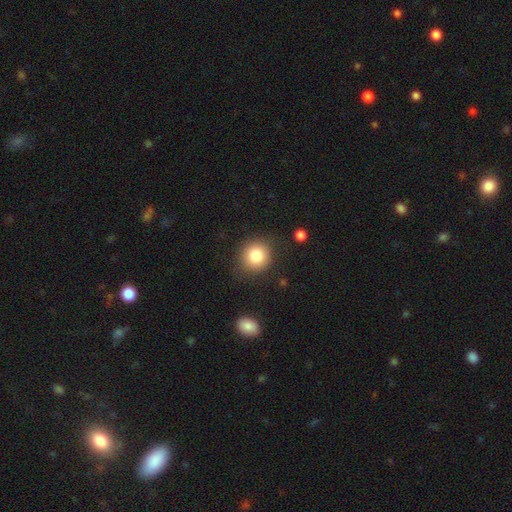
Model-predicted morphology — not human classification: This appears to be a smooth galaxy with no disk features (84%) that is round (88%). Merging: none (83%).